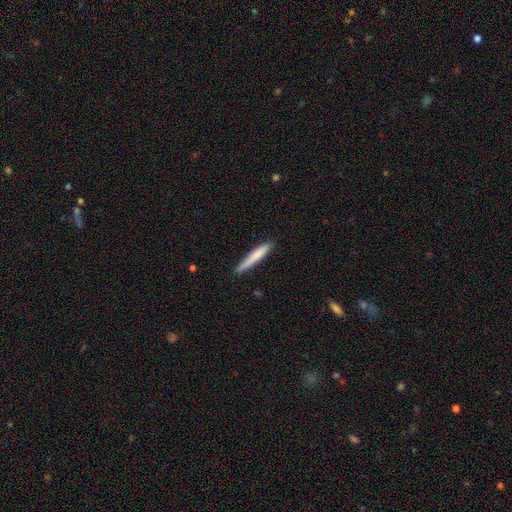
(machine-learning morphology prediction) This appears to be a smooth galaxy with no disk features (77%) that is cigar-shaped (94%). Merging: none (85%).